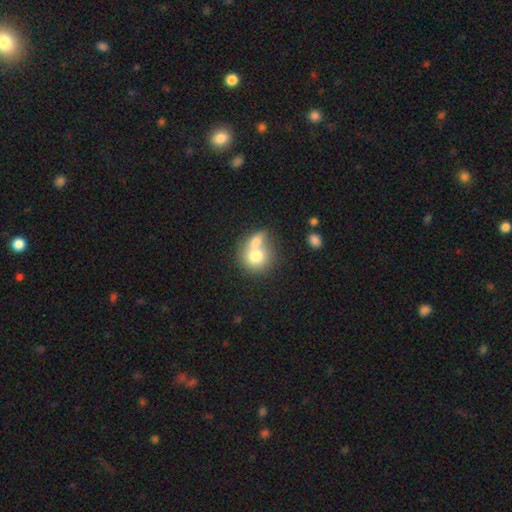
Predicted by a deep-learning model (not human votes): Overall: smooth (72%). How rounded: round (75%). Merging: merger (64%; none 25%).